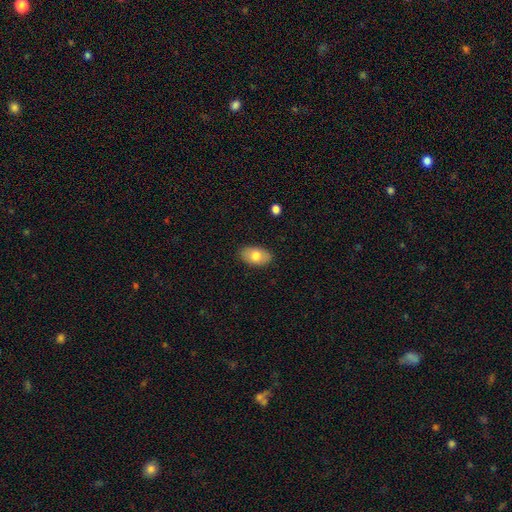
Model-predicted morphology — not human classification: smooth 76%, featured or disk 18%, star or artifact 7%. Down the decision tree: how rounded — in between (92%); merging — none (86%).